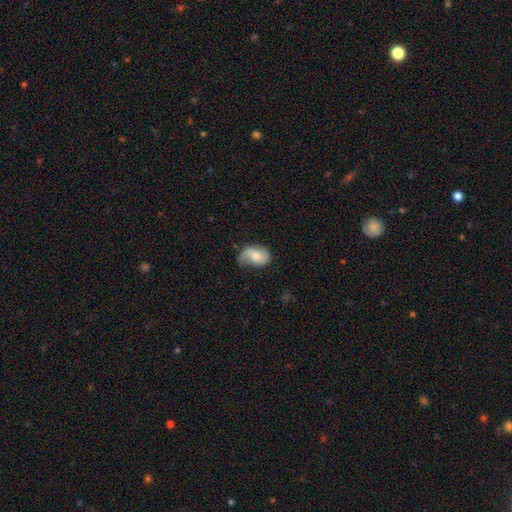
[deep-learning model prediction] Morphology: type=smooth (49%); merging=none (48%).